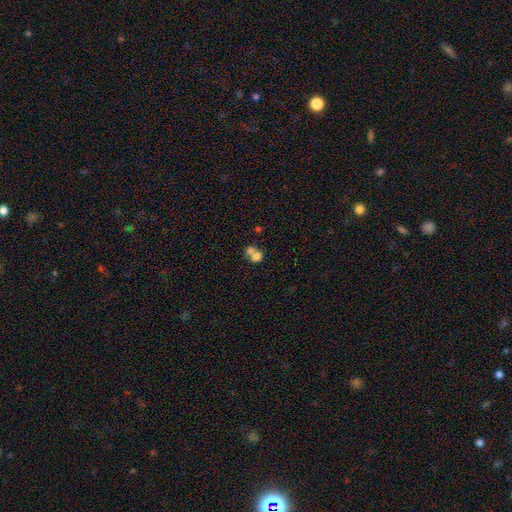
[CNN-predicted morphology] A smooth galaxy with no disk features (74%) that is round (61%).

Vote fractions:
- Smooth or featured? smooth: 74% / featured or disk: 15% / star or artifact: 11%
- How rounded? round: 61% / in between: 38% / cigar-shaped: 1%
- Merging? merger: 63% / none: 26% / minor disturbance: 6% / major disturbance: 4%